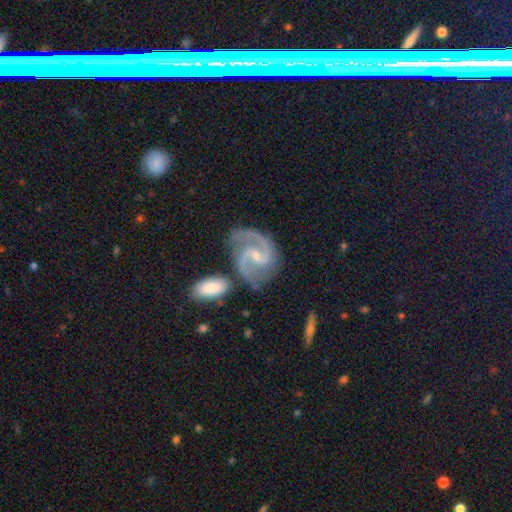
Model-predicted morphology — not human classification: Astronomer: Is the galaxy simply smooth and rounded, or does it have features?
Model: featured or disk — 92%.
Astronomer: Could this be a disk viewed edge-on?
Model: no — 98%.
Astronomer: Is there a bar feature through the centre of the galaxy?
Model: weak — 52%.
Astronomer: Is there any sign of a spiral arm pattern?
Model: yes — 98%.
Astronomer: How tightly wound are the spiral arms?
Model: medium — 65%.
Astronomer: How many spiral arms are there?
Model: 2 — 92%.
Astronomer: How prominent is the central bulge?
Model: small — 63%.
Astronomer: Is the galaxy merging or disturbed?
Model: none — 66%.